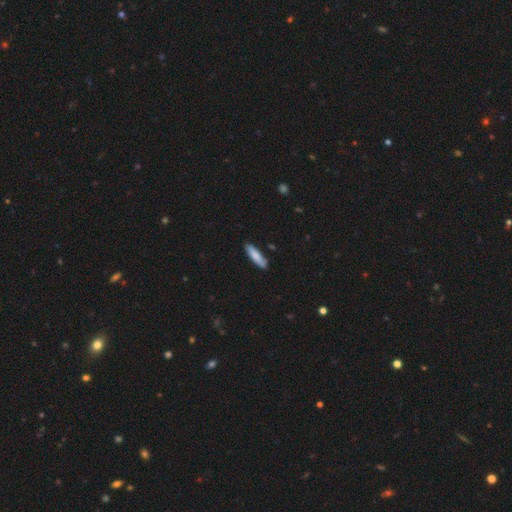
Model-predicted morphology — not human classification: A smooth galaxy with no disk features (81%) that is cigar-shaped (71%).

Vote fractions:
- Smooth or featured? smooth: 81% / featured or disk: 13% / star or artifact: 6%
- How rounded? cigar-shaped: 71% / in between: 27% / round: 1%
- Merging? none: 83% / minor disturbance: 13% / merger: 2% / major disturbance: 2%